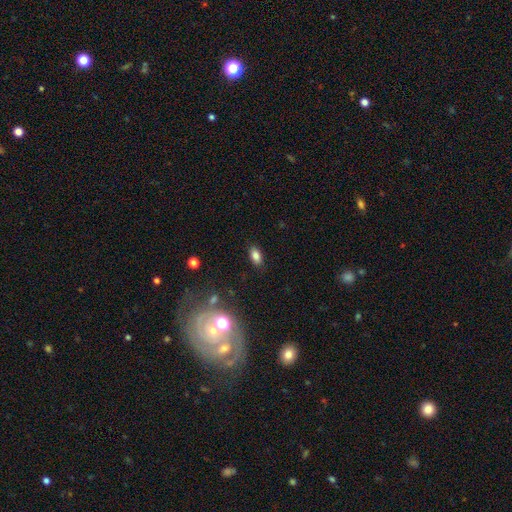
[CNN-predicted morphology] smooth_or_featured: smooth (p=0.80) [alt: star or artifact p=0.12]
how_rounded: in between (p=0.89) [alt: round p=0.08]
merging: none (p=0.86) [alt: minor disturbance p=0.09]